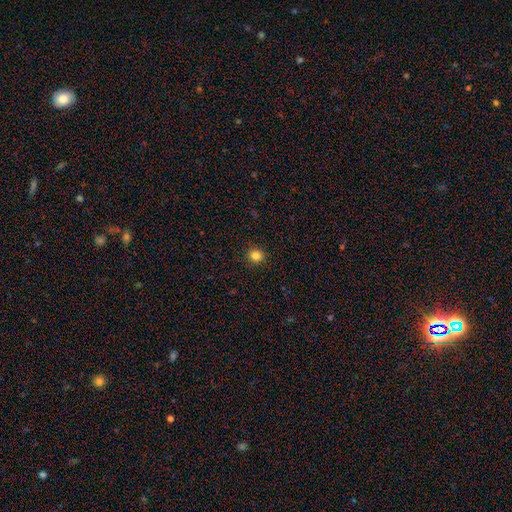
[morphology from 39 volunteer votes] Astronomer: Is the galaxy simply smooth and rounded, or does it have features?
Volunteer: smooth — 85%.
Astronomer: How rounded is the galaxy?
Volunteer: round — 91%.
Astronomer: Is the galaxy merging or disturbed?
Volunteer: none — 100%.